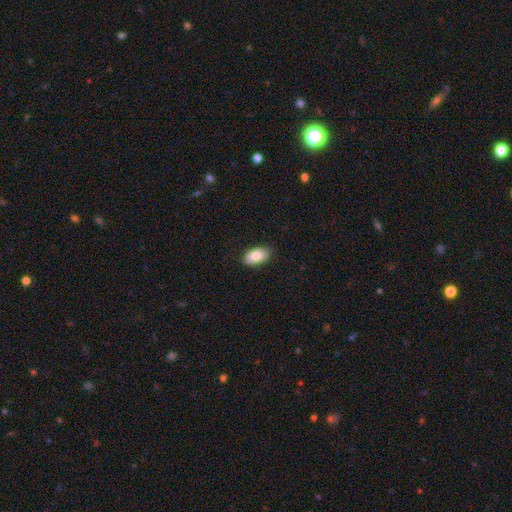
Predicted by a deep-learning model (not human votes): A smooth galaxy with no disk features (84%) that is in between round and cigar-shaped (94%). Merging: none (87%).